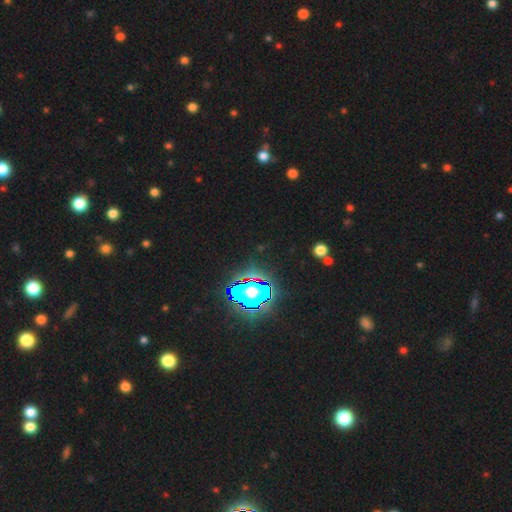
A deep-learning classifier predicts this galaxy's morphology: smooth_or_featured: star or artifact (p=0.81) [alt: smooth p=0.12]